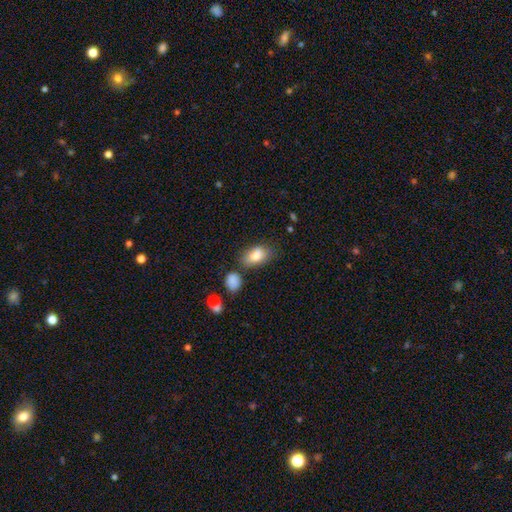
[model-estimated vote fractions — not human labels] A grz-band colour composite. It shows a smooth galaxy with no disk features (81%) that is in between round and cigar-shaped (89%). Merging: none (67%).